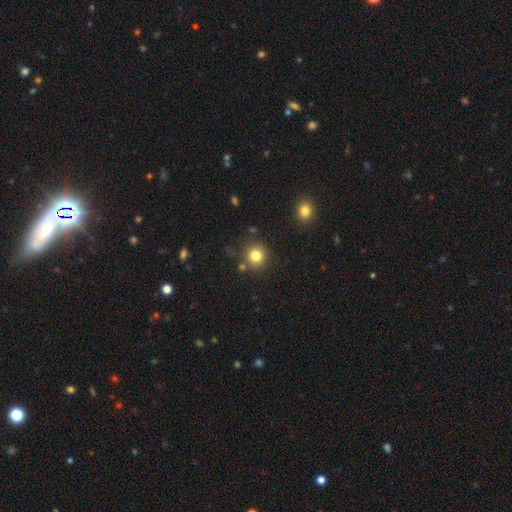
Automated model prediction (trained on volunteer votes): smooth 81%, star or artifact 12%, featured or disk 7%. Down the decision tree: how rounded — round (92%); merging — none (83%).